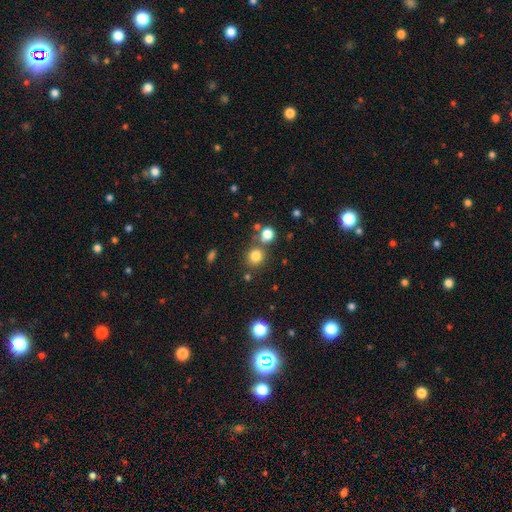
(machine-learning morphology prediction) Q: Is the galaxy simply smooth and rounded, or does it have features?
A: smooth — 78%.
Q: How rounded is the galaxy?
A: round — 86%.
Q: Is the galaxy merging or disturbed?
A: none — 70%.